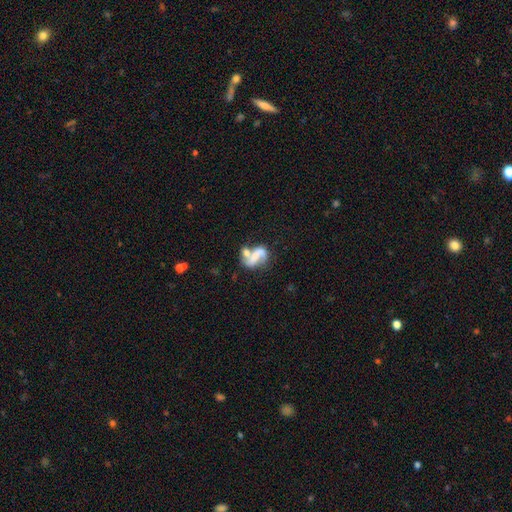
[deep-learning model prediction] The model was most divided on "merging": merger: 39%, none: 30%, minor disturbance: 16%, major disturbance: 15%. Remaining: edge-on disk — no (97%); spiral arms — yes (75%); smooth or featured — featured or disk (63%); bar — no (43%); bulge size — none (40%).